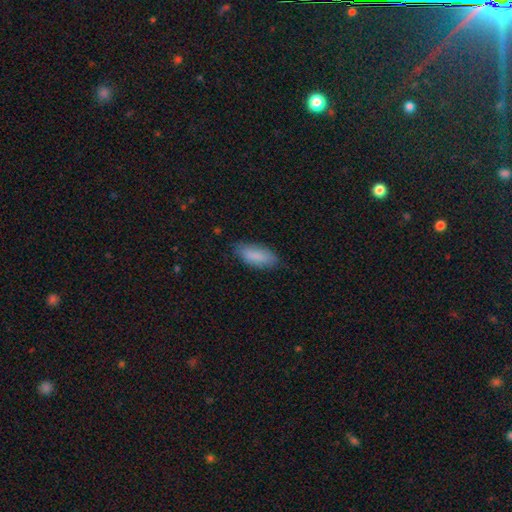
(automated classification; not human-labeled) A smooth galaxy with no disk features (85%) that is in between round and cigar-shaped (78%).

Vote fractions:
- Smooth or featured? smooth: 85% / featured or disk: 9% / star or artifact: 6%
- How rounded? in between: 78% / cigar-shaped: 20% / round: 2%
- Merging? none: 76% / minor disturbance: 19% / major disturbance: 4% / merger: 1%